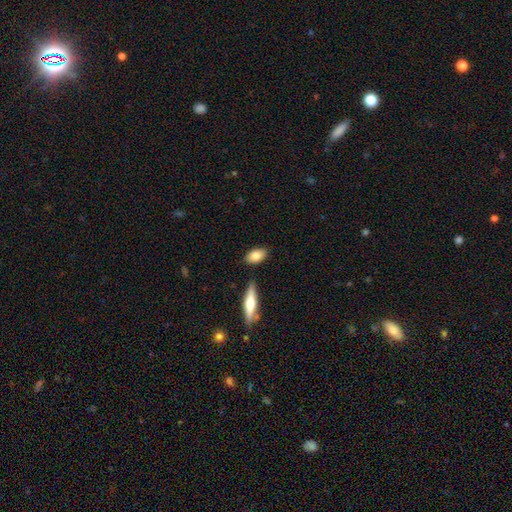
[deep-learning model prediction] This is clearly a smooth galaxy (82%). How rounded: clearly in between (87%). Merging: clearly none (81%).